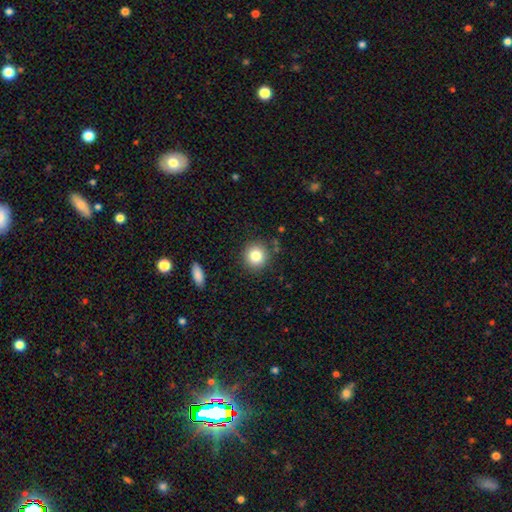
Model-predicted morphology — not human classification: Smooth or featured: smooth — 82% (star or artifact — 10%)
How rounded: round — 91% (in between — 8%)
Merging: none — 87% (minor disturbance — 8%)